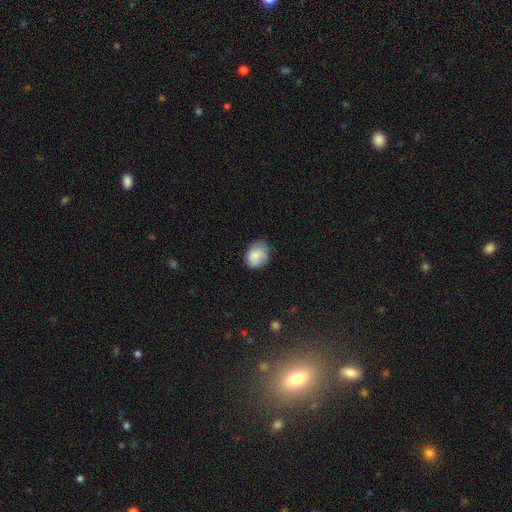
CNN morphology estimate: Smooth or featured?
  - smooth: 79% *
  - featured or disk: 14%
  - star or artifact: 7%
How rounded?
  - in between: 58% *
  - round: 41%
  - cigar-shaped: 1%
Merging?
  - none: 64% *
  - minor disturbance: 27%
  - major disturbance: 7%
  - merger: 1%